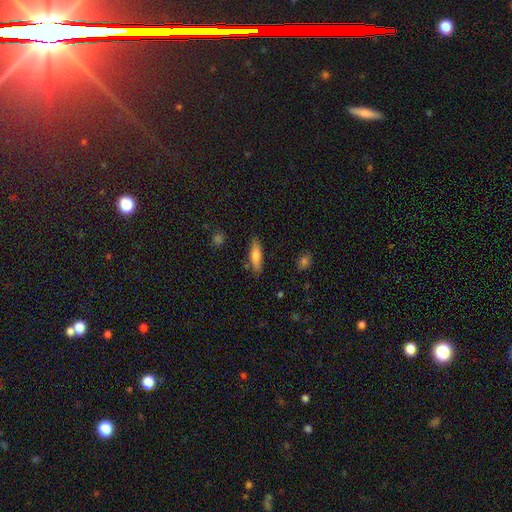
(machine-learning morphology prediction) Overall: smooth (74%). How rounded: cigar-shaped (55%; in between 42%). Merging: none (81%).